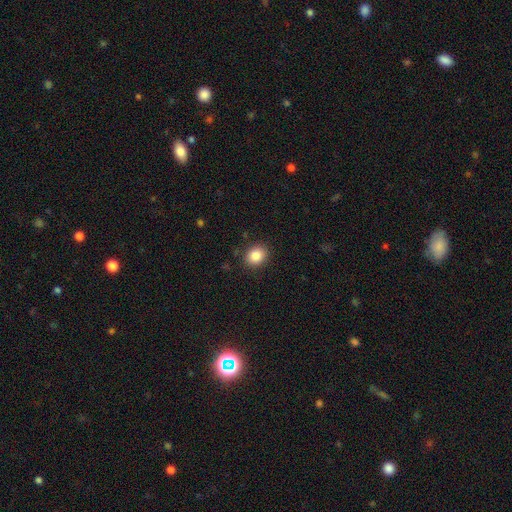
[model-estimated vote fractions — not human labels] Overall: smooth (85%). How rounded: round (59%; in between 41%). Merging: none (88%).